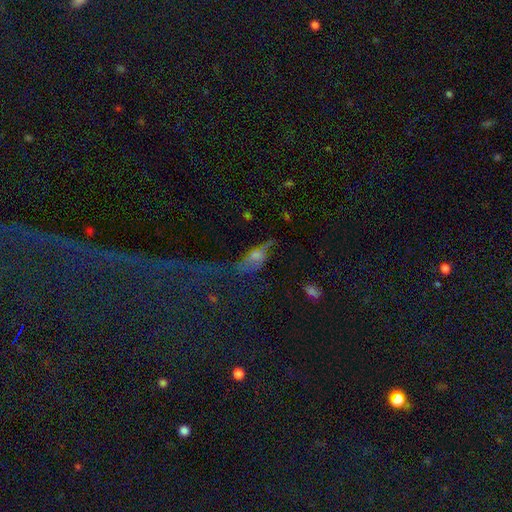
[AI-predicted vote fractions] A smooth galaxy with no disk features (43%). Merging: major disturbance (41%).